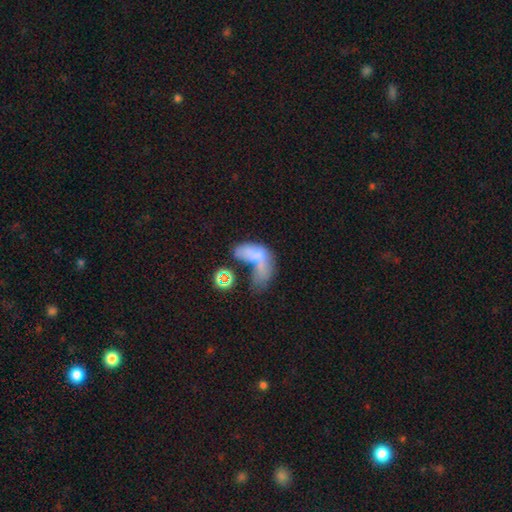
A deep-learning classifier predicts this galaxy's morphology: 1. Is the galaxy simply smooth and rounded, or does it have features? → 56% smooth, 30% featured or disk, 14% star or artifact.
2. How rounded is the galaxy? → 86% in between, 8% round, 7% cigar-shaped.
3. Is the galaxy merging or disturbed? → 45% merger, 33% major disturbance, 12% none, 10% minor disturbance.